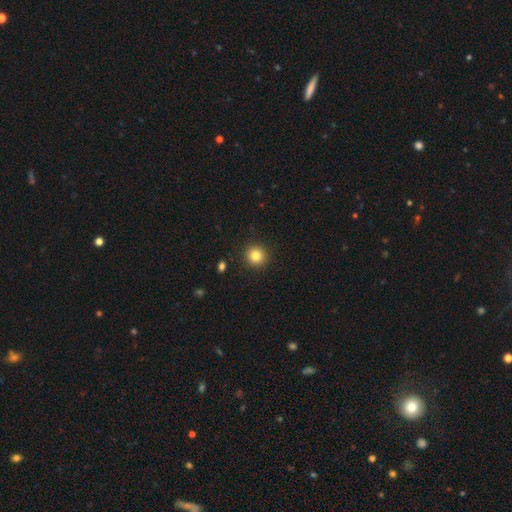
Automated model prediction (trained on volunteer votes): The model was most divided on "smooth or featured": smooth: 82%, star or artifact: 11%, featured or disk: 6%. More confident: how rounded — round (94%); merging — none (92%).